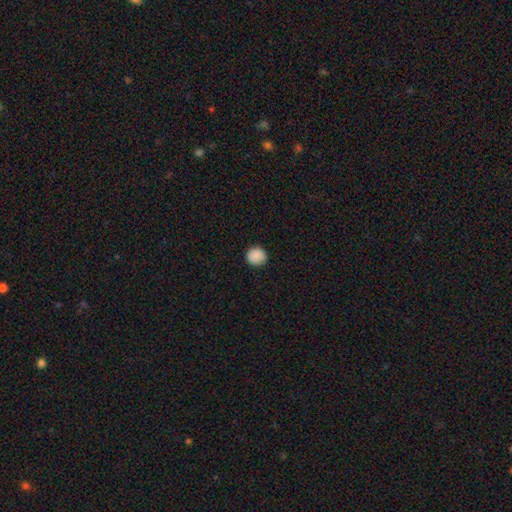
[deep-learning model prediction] A smooth galaxy with no disk features (89%) that is round (91%). Merging: none (88%).